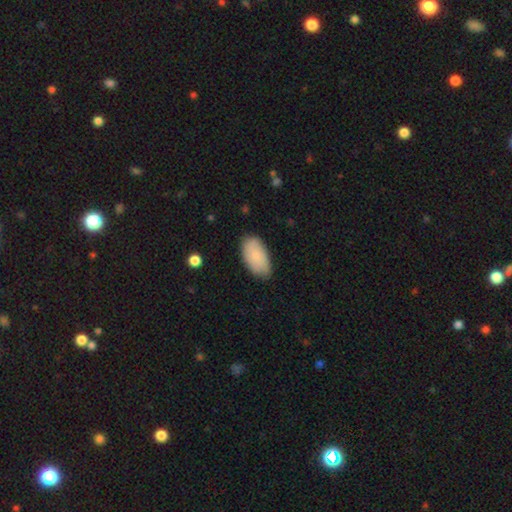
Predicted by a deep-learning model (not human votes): The model was most divided on "merging": none: 77%, minor disturbance: 19%, major disturbance: 3%, merger: 1%. More confident: how rounded — in between (95%); smooth or featured — smooth (84%).